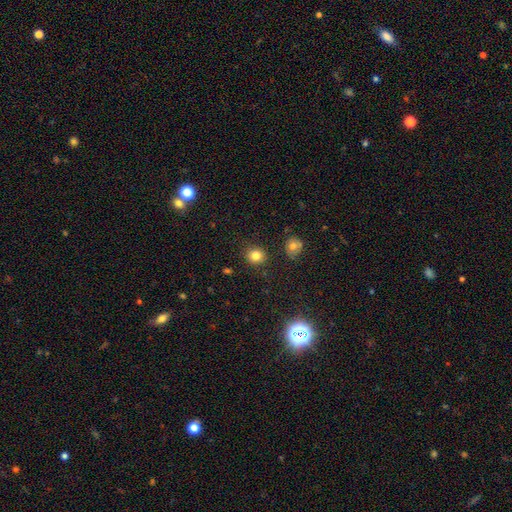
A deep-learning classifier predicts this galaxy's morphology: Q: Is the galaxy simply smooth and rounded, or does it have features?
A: smooth — 81%.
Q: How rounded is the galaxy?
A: round — 85%.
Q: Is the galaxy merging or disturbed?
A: none — 88%.